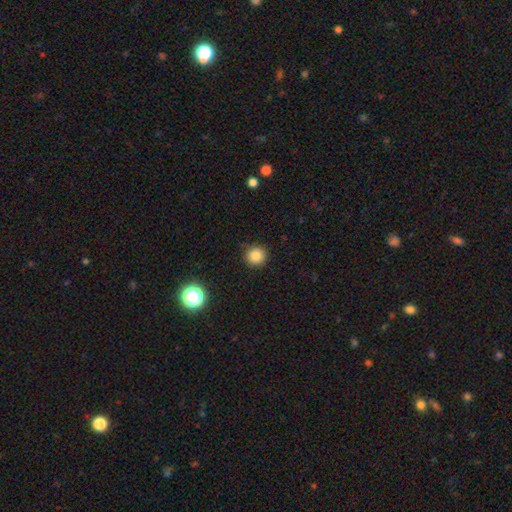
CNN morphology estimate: A smooth galaxy with no disk features (84%) that is round (95%). Merging: none (91%).